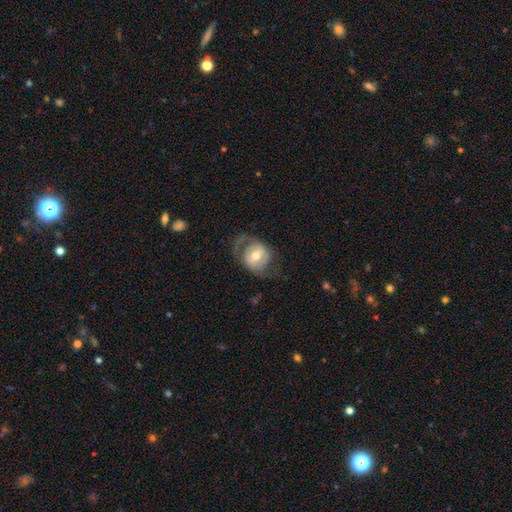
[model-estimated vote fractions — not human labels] The model was most divided on "bar": no: 52%, weak: 33%, strong: 15%. More confident: edge-on disk — no (95%); bulge size — moderate (72%); spiral arms — yes (68%); smooth or featured — featured or disk (62%); merging — none (55%).